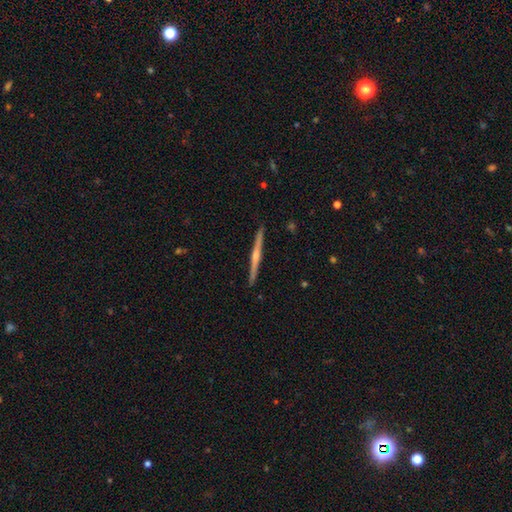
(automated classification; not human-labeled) Q: Smooth or featured?
A: featured or disk (77%); runner-up: smooth (18%)
Q: Edge-on disk?
A: yes (99%); runner-up: no (1%)
Q: Edge-on bulge?
A: rounded (78%); runner-up: none (15%)
Q: Merging?
A: none (93%); runner-up: minor disturbance (5%)